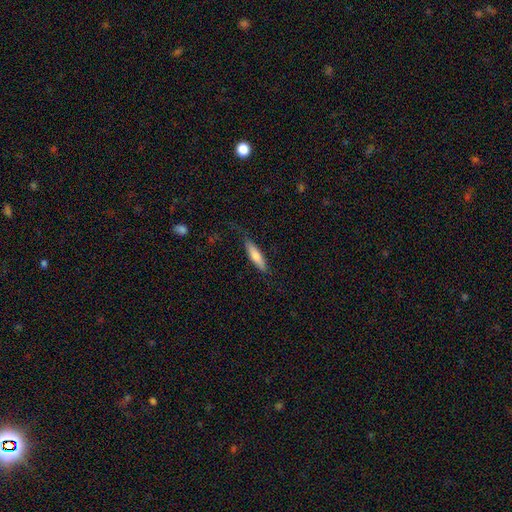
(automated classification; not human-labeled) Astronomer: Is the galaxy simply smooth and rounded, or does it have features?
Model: smooth — 67%.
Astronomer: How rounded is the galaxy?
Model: cigar-shaped — 75%.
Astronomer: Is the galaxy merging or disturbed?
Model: none — 73%.